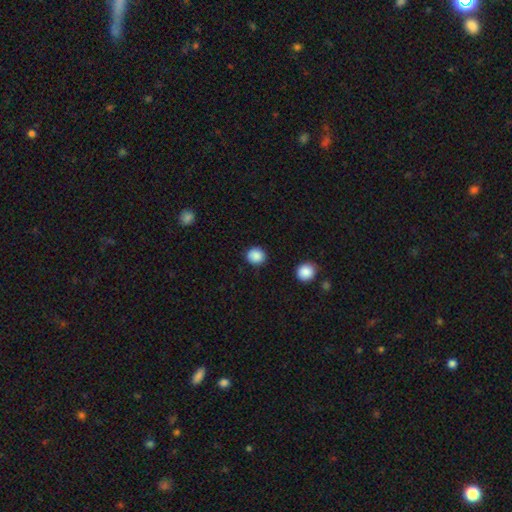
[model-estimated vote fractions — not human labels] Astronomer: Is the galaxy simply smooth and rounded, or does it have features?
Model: smooth — 88%.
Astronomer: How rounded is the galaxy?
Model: round — 85%.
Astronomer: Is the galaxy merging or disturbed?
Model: none — 88%.